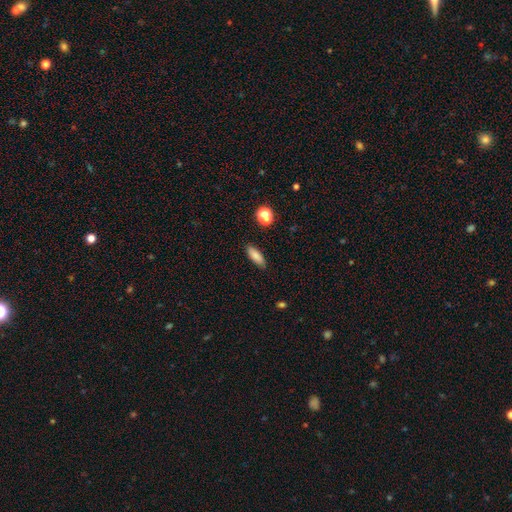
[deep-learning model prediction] A smooth galaxy with no disk features (84%) that is in between round and cigar-shaped (64%). Merging: none (86%).